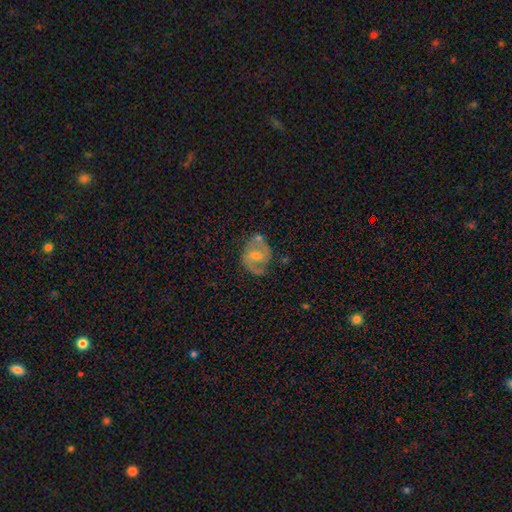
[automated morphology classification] smooth-or-featured: featured or disk: 71% | smooth: 21% | star or artifact: 8%
  disk-edge-on: no: 97% | yes: 3%
    bar: weak: 49% | no: 36% | strong: 15%
    has-spiral-arms: yes: 83% | no: 17%
      spiral-winding: medium: 51% | tight: 28% | loose: 21%
      spiral-arm-count: 2: 78% | can't tell: 11% | 1: 7% | 3: 2% | 4: 1% | more than 4: 1%
    bulge-size: moderate: 51% | small: 40% | none: 4% | large: 3% | dominant: 1%
  merging: none: 65% | minor disturbance: 21% | major disturbance: 9% | merger: 5%